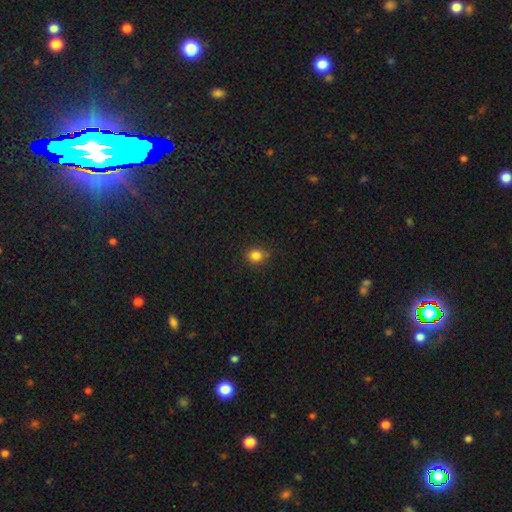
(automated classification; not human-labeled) This appears to be a smooth galaxy with no disk features (83%) that is round (87%). Merging: none (83%).